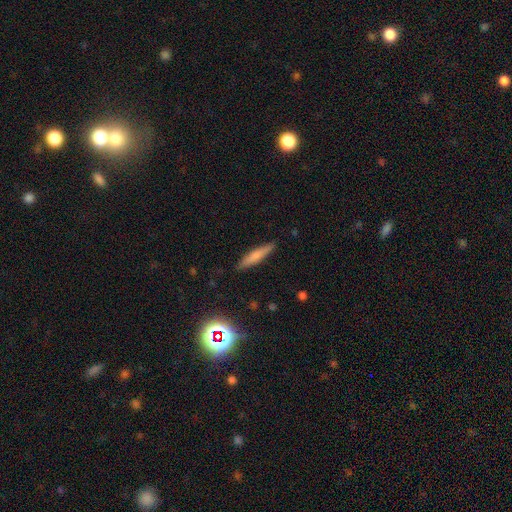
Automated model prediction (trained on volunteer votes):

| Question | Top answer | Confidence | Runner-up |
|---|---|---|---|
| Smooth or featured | smooth | 66% | featured or disk (26%) |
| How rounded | cigar-shaped | 88% | in between (11%) |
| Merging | none | 88% | minor disturbance (9%) |